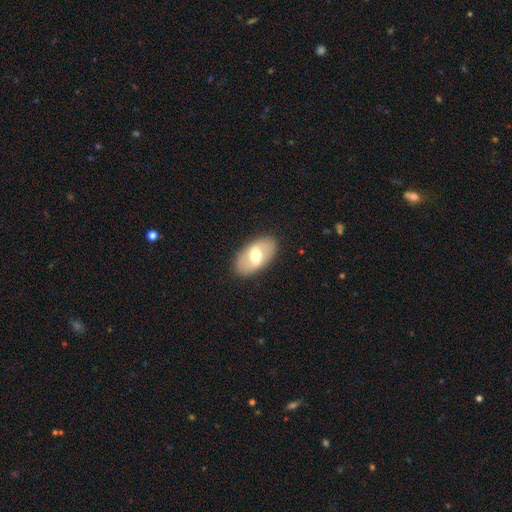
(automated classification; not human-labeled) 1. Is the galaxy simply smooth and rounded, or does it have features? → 49% smooth, 45% featured or disk, 6% star or artifact.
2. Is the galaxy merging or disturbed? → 87% none, 9% minor disturbance, 3% major disturbance, 1% merger.